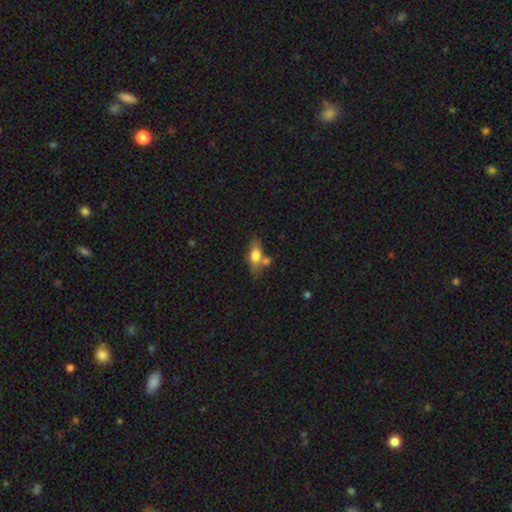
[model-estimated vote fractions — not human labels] This appears to be a smooth galaxy with no disk features (65%) that is in between round and cigar-shaped (72%). Merging: none (49%).